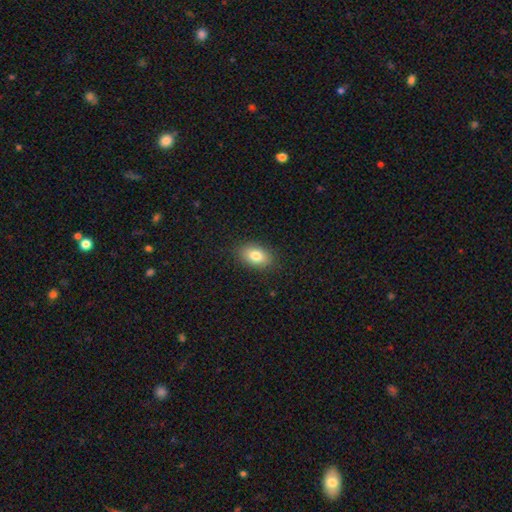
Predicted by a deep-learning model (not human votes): Smooth or featured: smooth — 81% (featured or disk — 11%)
How rounded: in between — 87% (round — 12%)
Merging: none — 87% (minor disturbance — 9%)